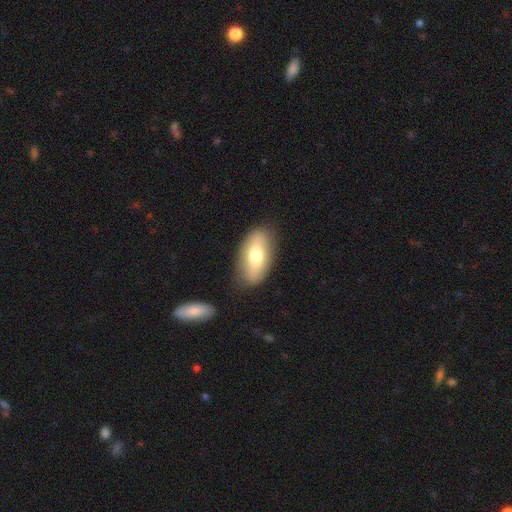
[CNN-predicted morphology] A smooth galaxy with no disk features (67%) that is in between round and cigar-shaped (90%).

Vote fractions:
- Smooth or featured? smooth: 67% / featured or disk: 27% / star or artifact: 6%
- How rounded? in between: 90% / cigar-shaped: 6% / round: 4%
- Merging? none: 81% / minor disturbance: 13% / major disturbance: 4% / merger: 2%